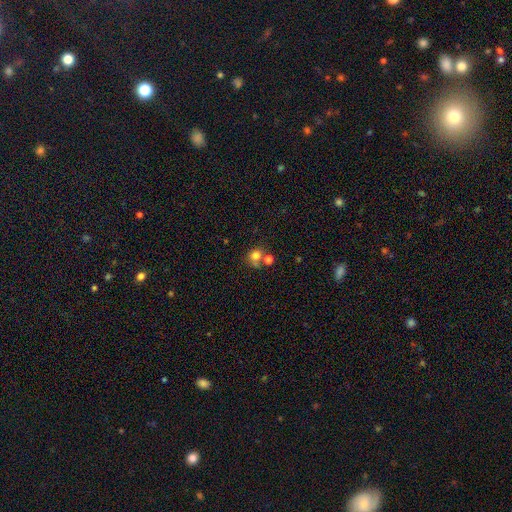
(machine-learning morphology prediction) Smooth or featured? Predicted: smooth (p=0.74). How rounded? Predicted: round (p=0.76). Merging? Predicted: none (p=0.41).